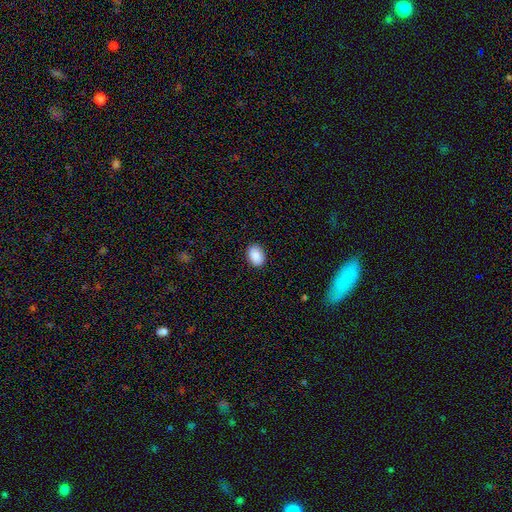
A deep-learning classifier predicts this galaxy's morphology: smooth_or_featured: smooth (p=0.89) [alt: star or artifact p=0.07]
how_rounded: in between (p=0.79) [alt: round p=0.20]
merging: none (p=0.89) [alt: minor disturbance p=0.08]